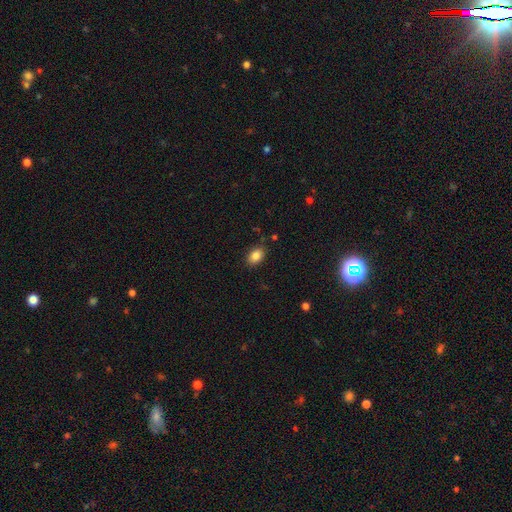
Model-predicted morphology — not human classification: smooth 85%, star or artifact 9%, featured or disk 6%. Down the decision tree: how rounded — in between (81%); merging — none (84%).